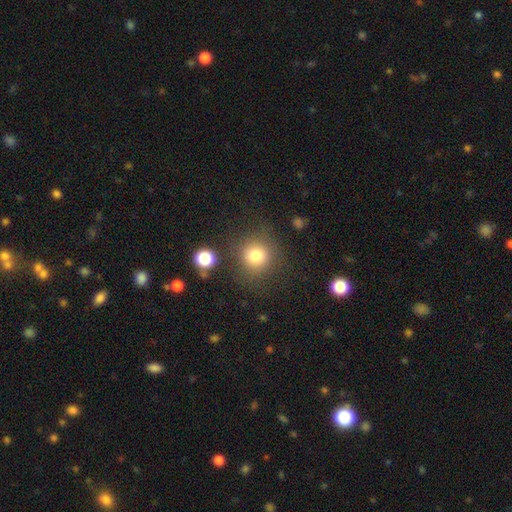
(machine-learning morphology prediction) This appears to be a smooth galaxy with no disk features (80%) that is round (90%). Merging: none (79%).